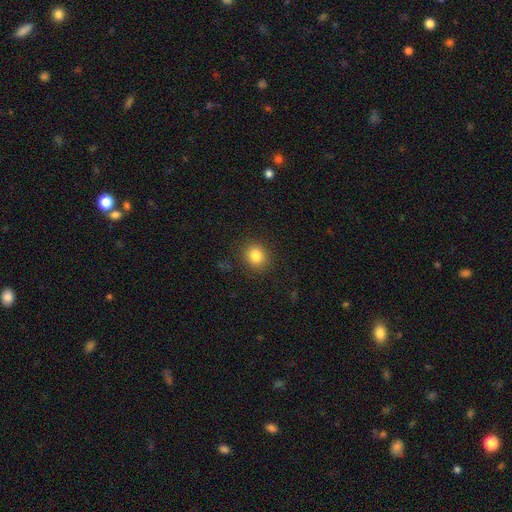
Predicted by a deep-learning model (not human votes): Smooth or featured? Predicted: smooth (p=0.83). How rounded? Predicted: round (p=0.78). Merging? Predicted: none (p=0.88).